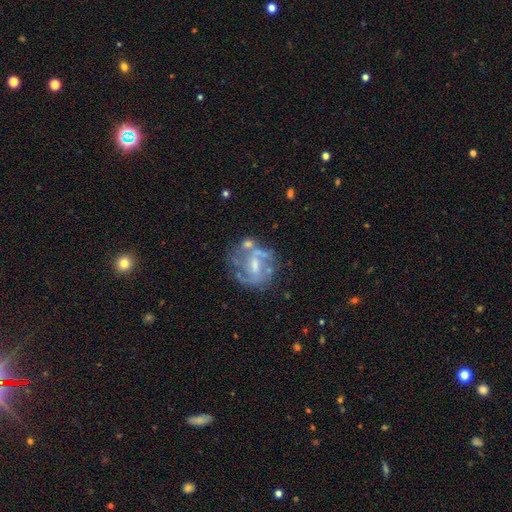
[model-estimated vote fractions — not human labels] smooth-or-featured: featured or disk: 75% | smooth: 15% | star or artifact: 9%
  disk-edge-on: no: 97% | yes: 3%
    bar: weak: 47% | no: 35% | strong: 18%
    has-spiral-arms: yes: 70% | no: 30%
      spiral-winding: medium: 45% | tight: 29% | loose: 26%
      spiral-arm-count: 2: 53% | can't tell: 27% | 3: 9% | 1: 6% | 4: 3% | more than 4: 2%
    bulge-size: moderate: 44% | small: 37% | none: 14% | large: 4% | dominant: 1%
  merging: none: 56% | minor disturbance: 19% | major disturbance: 15% | merger: 10%